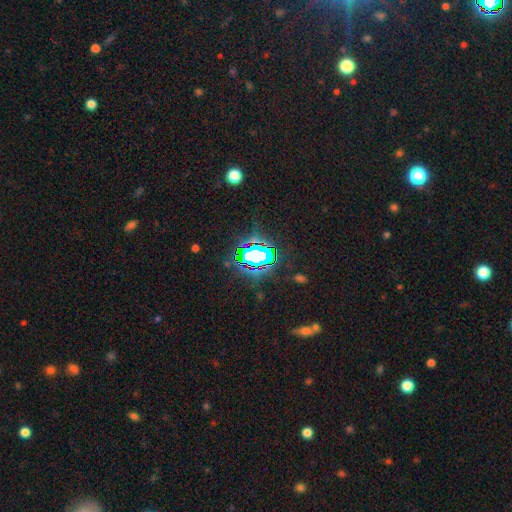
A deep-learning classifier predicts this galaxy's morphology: A star or artifact, not a galaxy (70%).